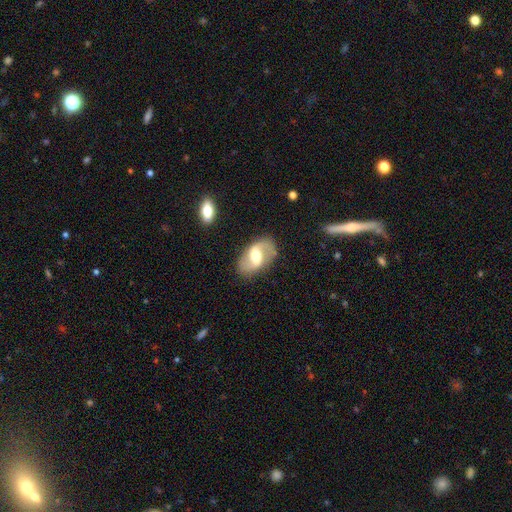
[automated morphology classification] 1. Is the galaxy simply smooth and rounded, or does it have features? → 73% featured or disk, 21% smooth, 6% star or artifact.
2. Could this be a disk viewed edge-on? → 95% no, 5% yes.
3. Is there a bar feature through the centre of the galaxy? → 47% weak, 34% strong, 19% no.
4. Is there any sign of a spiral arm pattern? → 79% yes, 21% no.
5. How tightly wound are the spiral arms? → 56% loose, 34% medium, 10% tight.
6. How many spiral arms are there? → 90% 2, 5% can't tell, 3% 1, 1% 3, 1% 4, 1% more than 4.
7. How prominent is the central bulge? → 66% moderate, 19% large, 12% small, 2% dominant, 1% none.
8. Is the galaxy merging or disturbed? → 81% none, 13% minor disturbance, 5% major disturbance, 2% merger.